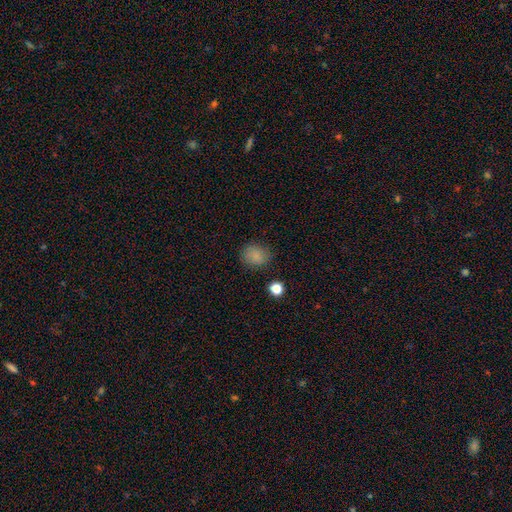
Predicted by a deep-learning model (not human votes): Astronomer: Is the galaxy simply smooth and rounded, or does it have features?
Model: smooth — 84%.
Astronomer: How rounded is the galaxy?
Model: round — 60% (runner-up: in between, 39%).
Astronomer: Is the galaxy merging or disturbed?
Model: none — 82%.